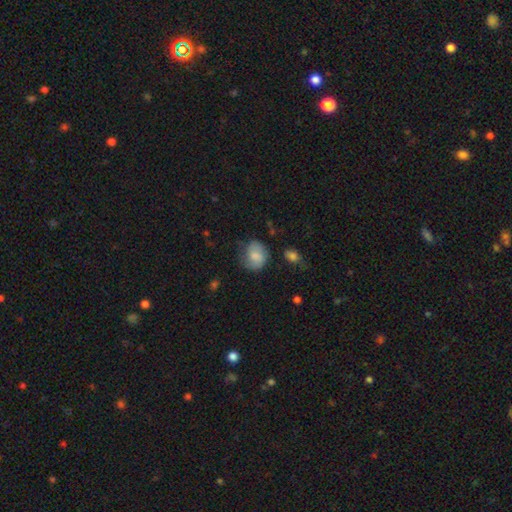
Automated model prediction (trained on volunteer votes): Q: Smooth or featured?
A: smooth (69%); runner-up: featured or disk (23%)
Q: How rounded?
A: round (68%); runner-up: in between (31%)
Q: Merging?
A: none (59%); runner-up: minor disturbance (27%)